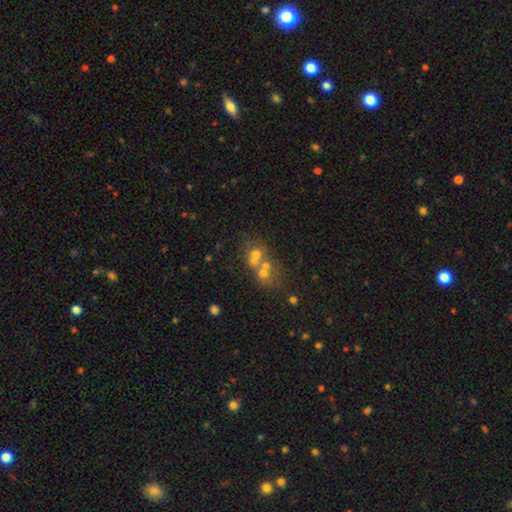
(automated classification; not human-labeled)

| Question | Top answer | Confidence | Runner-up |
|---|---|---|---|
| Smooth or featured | smooth | 45% | featured or disk (32%) |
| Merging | merger | 55% | none (32%) |